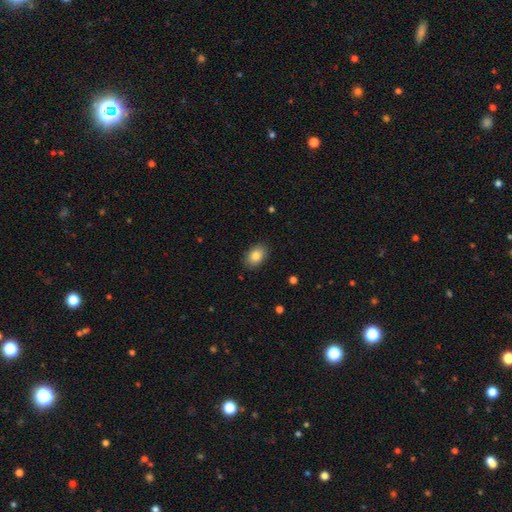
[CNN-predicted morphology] Overall: smooth (85%). How rounded: in between (84%). Merging: none (87%).